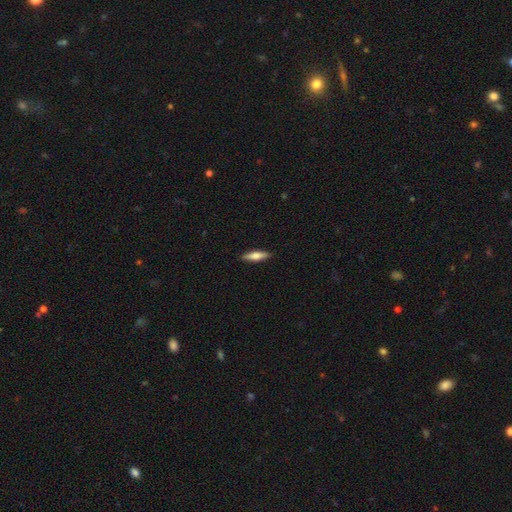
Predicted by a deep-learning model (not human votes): Smooth or featured? smooth (64%)
How rounded? cigar-shaped (66%)
Merging? none (90%)